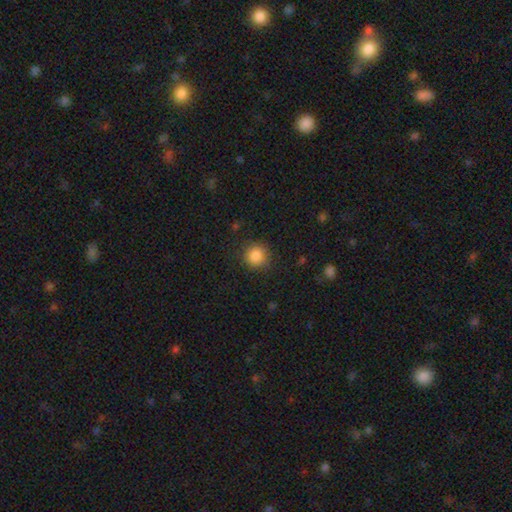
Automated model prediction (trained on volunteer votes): The model was most divided on "smooth or featured": smooth: 86%, star or artifact: 10%, featured or disk: 4%. More confident: how rounded — round (92%); merging — none (87%).